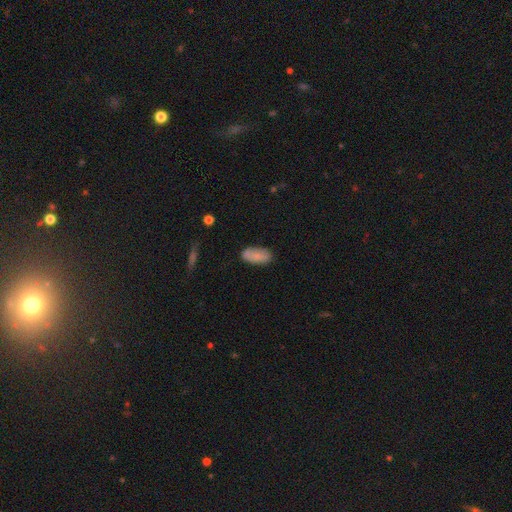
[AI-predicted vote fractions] Q: Smooth or featured?
A: smooth (81%); runner-up: featured or disk (12%)
Q: How rounded?
A: in between (89%); runner-up: cigar-shaped (8%)
Q: Merging?
A: none (78%); runner-up: minor disturbance (16%)